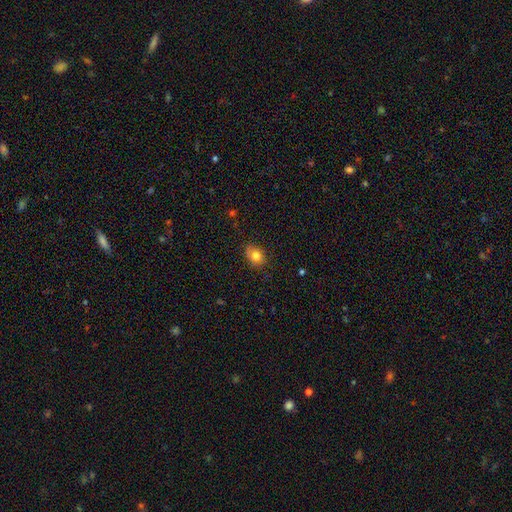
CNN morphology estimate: A smooth galaxy with no disk features (81%) that is in between round and cigar-shaped (57%).

Vote fractions:
- Smooth or featured? smooth: 81% / star or artifact: 10% / featured or disk: 9%
- How rounded? in between: 57% / round: 42% / cigar-shaped: 1%
- Merging? none: 76% / minor disturbance: 19% / major disturbance: 3% / merger: 1%